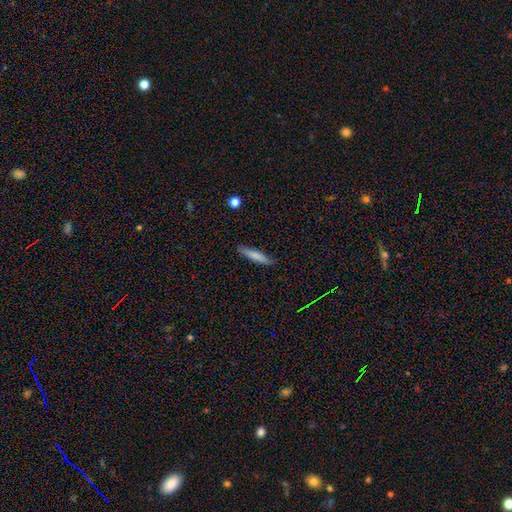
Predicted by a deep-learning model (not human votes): Smooth or featured: smooth — 75% (featured or disk — 19%)
How rounded: cigar-shaped — 89% (in between — 9%)
Merging: none — 88% (minor disturbance — 9%)